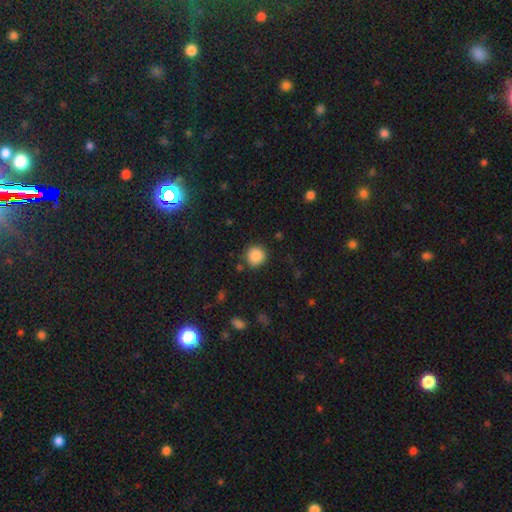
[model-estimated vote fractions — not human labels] A smooth galaxy with no disk features (87%) that is round (92%). Merging: none (86%).